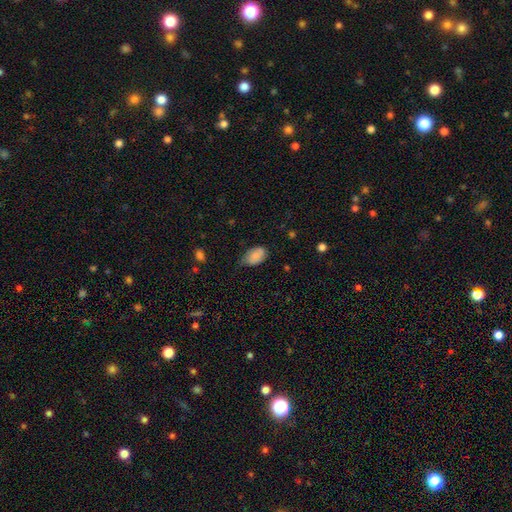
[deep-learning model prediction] smooth 83%, featured or disk 9%, star or artifact 7%. Down the decision tree: how rounded — in between (92%); merging — none (54%).